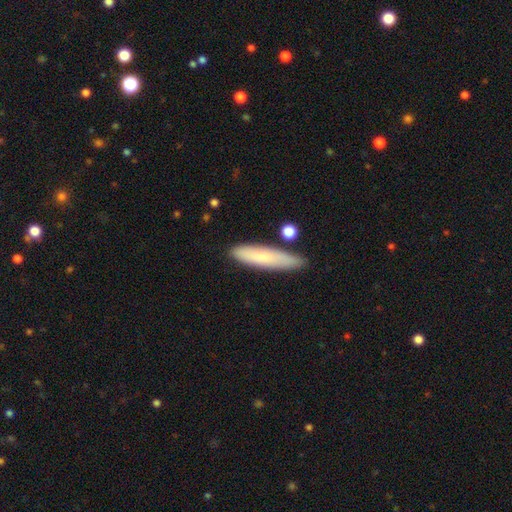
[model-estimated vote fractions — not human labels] smooth-or-featured: smooth: 73% | featured or disk: 20% | star or artifact: 8%
  how-rounded: cigar-shaped: 84% | in between: 15% | round: 2%
  merging: none: 80% | minor disturbance: 13% | merger: 4% | major disturbance: 2%